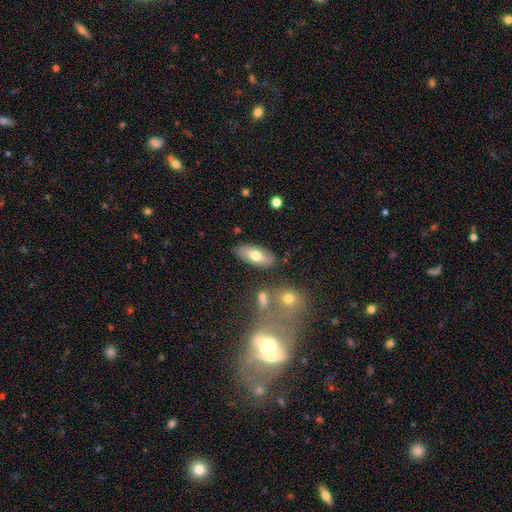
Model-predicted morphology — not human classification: type=smooth (65%); roundness=in between (86%); merging=none (82%).